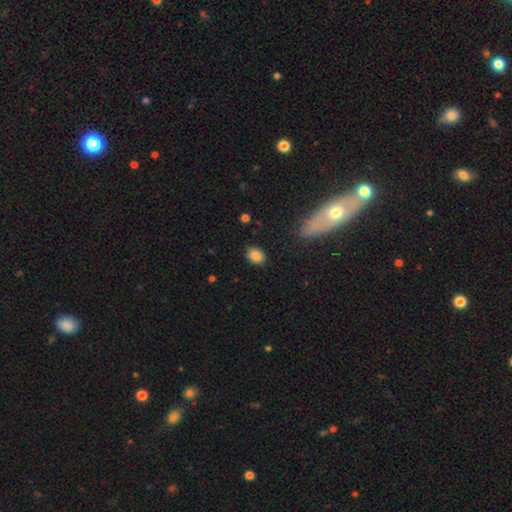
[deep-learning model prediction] Smooth or featured? smooth (85%)
How rounded? in between (69%)
Merging? none (87%)